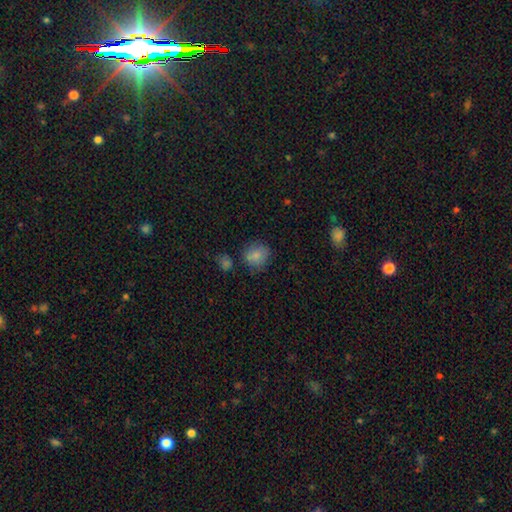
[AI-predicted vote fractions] Q: Smooth or featured?
A: smooth (83%); runner-up: star or artifact (10%)
Q: How rounded?
A: round (82%); runner-up: in between (17%)
Q: Merging?
A: none (74%); runner-up: minor disturbance (15%)